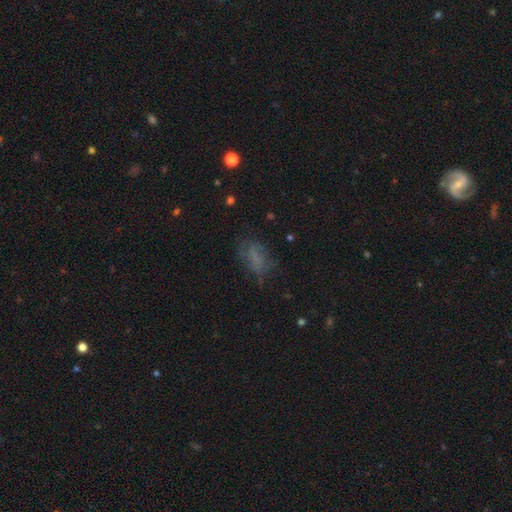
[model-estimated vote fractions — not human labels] This appears to be a smooth galaxy with no disk features (54%) that is in between round and cigar-shaped (82%). Merging: none (59%).